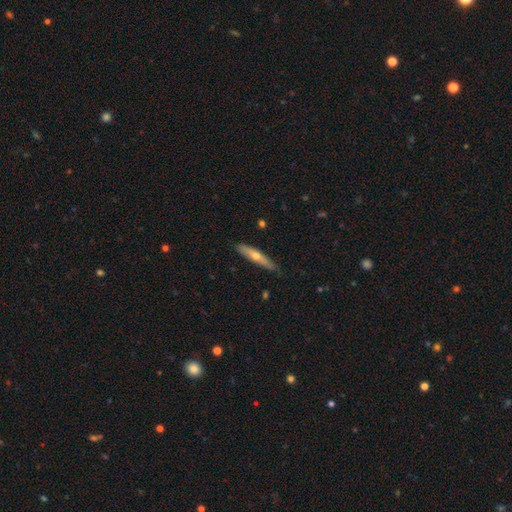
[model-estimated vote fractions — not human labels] Overall: featured or disk (48%; smooth 46%). Merging: none (83%).